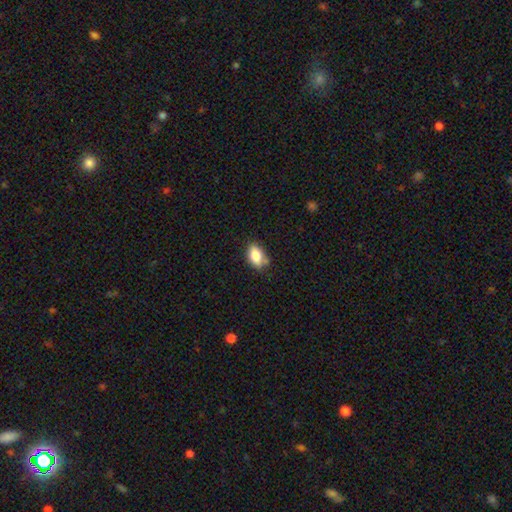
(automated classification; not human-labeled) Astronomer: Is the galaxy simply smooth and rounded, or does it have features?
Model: smooth — 81%.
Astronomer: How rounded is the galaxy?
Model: in between — 87%.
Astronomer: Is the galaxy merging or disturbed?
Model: none — 67%.